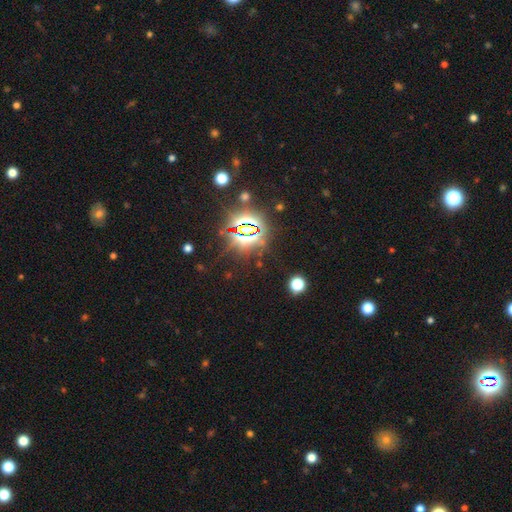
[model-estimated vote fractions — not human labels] This appears to be a star or artifact, not a galaxy (83%).